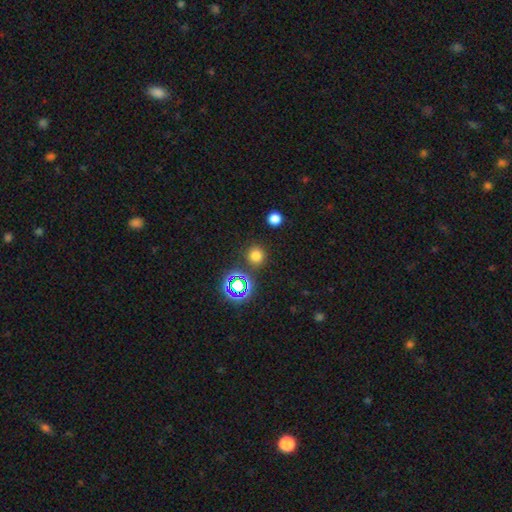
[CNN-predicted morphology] type=smooth (71%); roundness=round (92%); merging=none (86%).